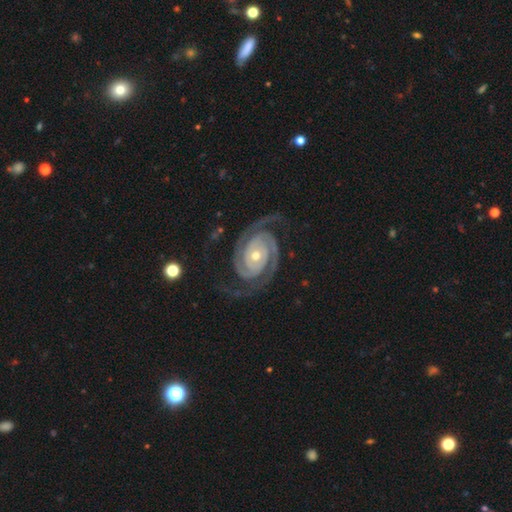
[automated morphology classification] This is clearly a featured or disk galaxy (94%). It is clearly not viewed edge-on (98%). Bar: likely no (70%). Spiral arm pattern: clearly yes (99%). Spiral arm count: clearly 2 (89%). Spiral winding: likely tight (74%). Central bulge: possibly moderate (51%). Merging: likely none (79%).